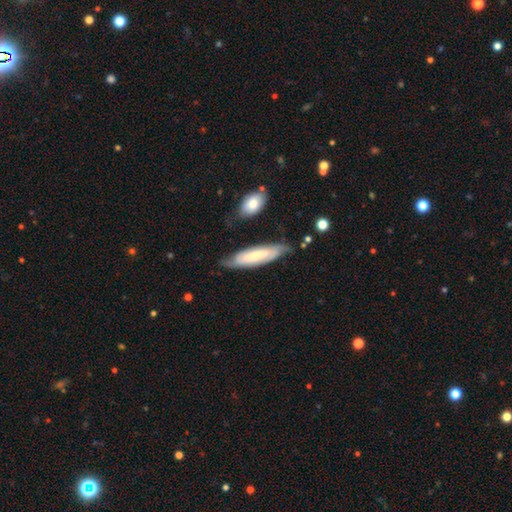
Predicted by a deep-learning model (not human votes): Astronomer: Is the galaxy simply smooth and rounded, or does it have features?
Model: smooth — 50% (runner-up: featured or disk, 44%).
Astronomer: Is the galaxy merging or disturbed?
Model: none — 69%.